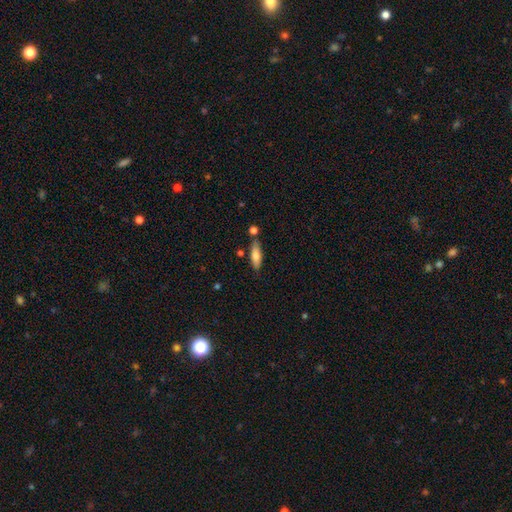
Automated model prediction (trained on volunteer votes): smooth-or-featured: smooth: 72% | featured or disk: 22% | star or artifact: 7%
  how-rounded: cigar-shaped: 52% | in between: 46% | round: 2%
  merging: none: 74% | minor disturbance: 14% | merger: 9% | major disturbance: 3%